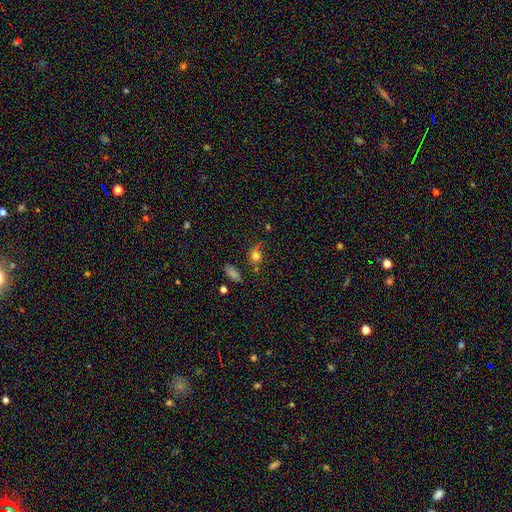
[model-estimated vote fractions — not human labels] This appears to be a smooth galaxy with no disk features (75%) that is round (71%). Merging: none (71%).